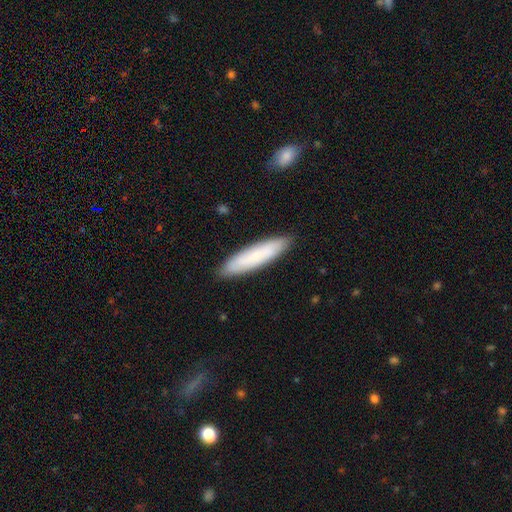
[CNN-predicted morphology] Smooth or featured?
  - smooth: 76% *
  - featured or disk: 18%
  - star or artifact: 6%
How rounded?
  - cigar-shaped: 78% *
  - in between: 20%
  - round: 1%
Merging?
  - none: 89% *
  - minor disturbance: 9%
  - major disturbance: 2%
  - merger: 1%